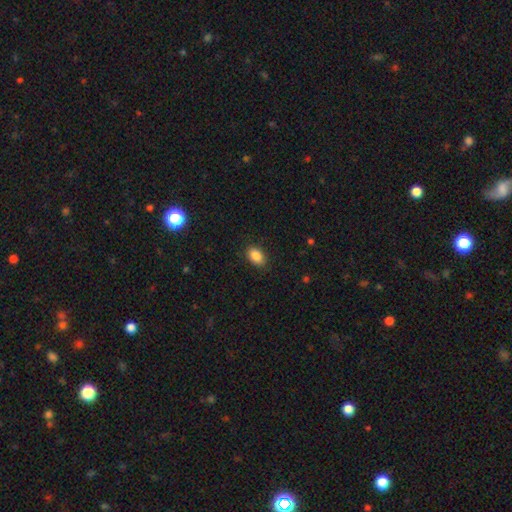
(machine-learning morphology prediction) A smooth galaxy with no disk features (87%) that is in between round and cigar-shaped (85%). Merging: none (86%).